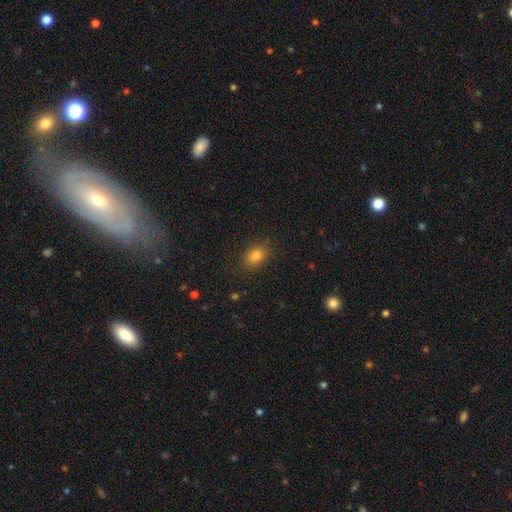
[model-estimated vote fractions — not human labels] Smooth or featured? smooth (81%)
How rounded? in between (66%)
Merging? none (84%)